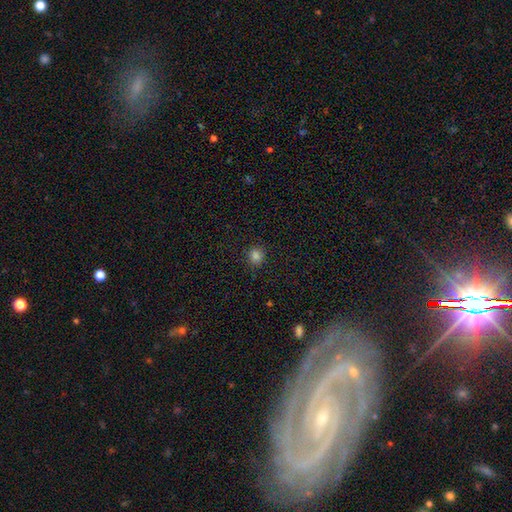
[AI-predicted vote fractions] smooth_or_featured: smooth (p=0.82) [alt: star or artifact p=0.14]
how_rounded: round (p=0.85) [alt: in between p=0.14]
merging: none (p=0.90) [alt: minor disturbance p=0.07]